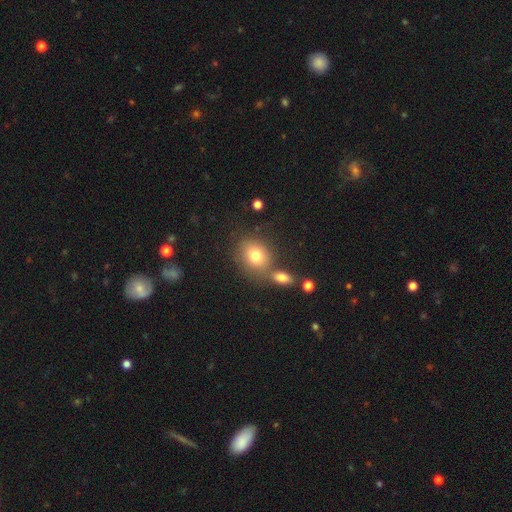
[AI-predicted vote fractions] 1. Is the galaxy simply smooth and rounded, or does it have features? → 77% smooth, 12% featured or disk, 11% star or artifact.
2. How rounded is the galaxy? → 64% round, 35% in between, 1% cigar-shaped.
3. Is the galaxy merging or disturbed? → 60% none, 23% merger, 12% minor disturbance, 5% major disturbance.